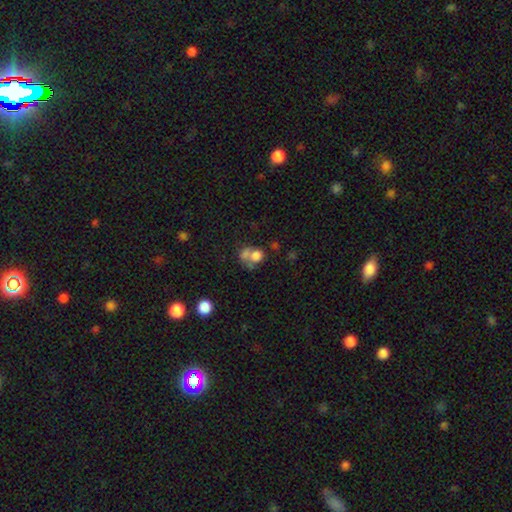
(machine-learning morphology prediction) Overall: smooth (70%). How rounded: round (60%; in between 39%). Merging: merger (53%; none 27%).